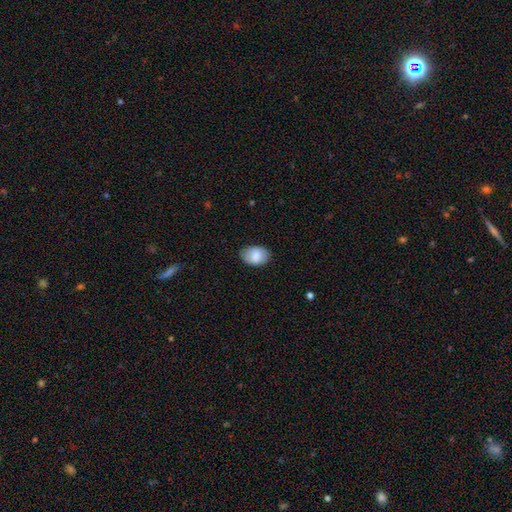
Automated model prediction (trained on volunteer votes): Morphology: type=smooth (81%); roundness=in between (87%); merging=none (83%).